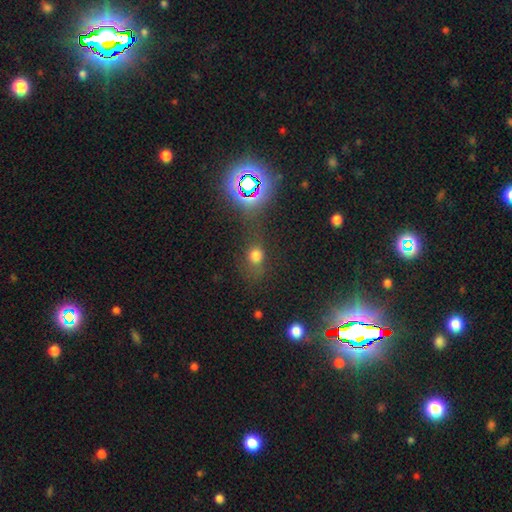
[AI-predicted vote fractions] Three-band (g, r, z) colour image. It shows a smooth galaxy with no disk features (66%) that is round (62%). Merging: none (61%).